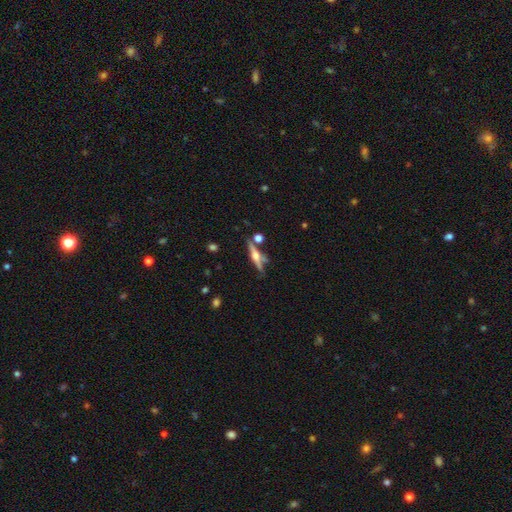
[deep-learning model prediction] A featured or disk galaxy (69%) viewed edge-on (96%) with a rounded central bulge (90%).

Vote fractions:
- Smooth or featured? featured or disk: 69% / smooth: 22% / star or artifact: 8%
- Edge-on disk? yes: 96% / no: 4%
- Edge-on bulge? rounded: 90% / boxy: 6% / none: 4%
- Merging? none: 69% / minor disturbance: 14% / merger: 12% / major disturbance: 5%